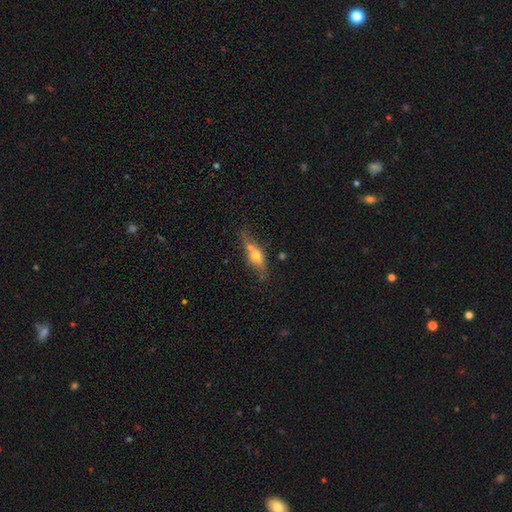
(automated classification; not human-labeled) smooth_or_featured: smooth (p=0.48) [alt: featured or disk p=0.44]
merging: none (p=0.53) [alt: minor disturbance p=0.21]